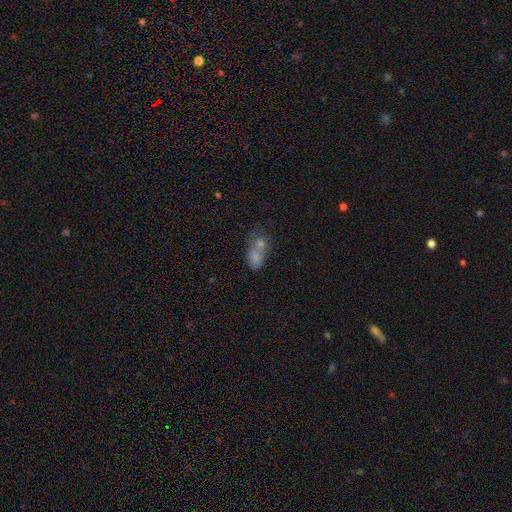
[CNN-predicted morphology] A smooth galaxy with no disk features (71%) that is in between round and cigar-shaped (78%).

Vote fractions:
- Smooth or featured? smooth: 71% / featured or disk: 17% / star or artifact: 11%
- How rounded? in between: 78% / round: 19% / cigar-shaped: 3%
- Merging? merger: 61% / none: 20% / minor disturbance: 10% / major disturbance: 8%